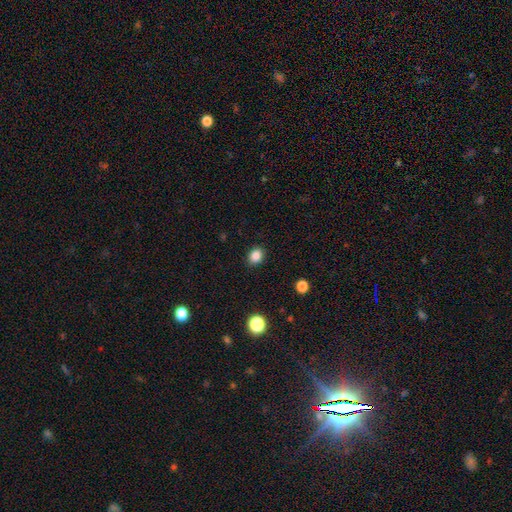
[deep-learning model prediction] Smooth or featured? Predicted: smooth (p=0.85). How rounded? Predicted: round (p=0.54). Merging? Predicted: none (p=0.90).